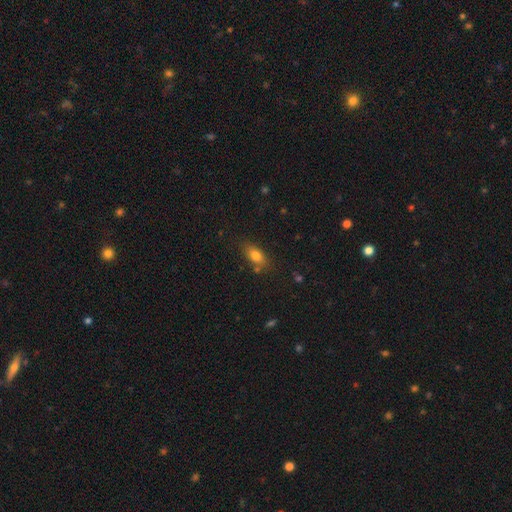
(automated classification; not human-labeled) Smooth or featured? Predicted: smooth (p=0.78). How rounded? Predicted: in between (p=0.82). Merging? Predicted: none (p=0.76).